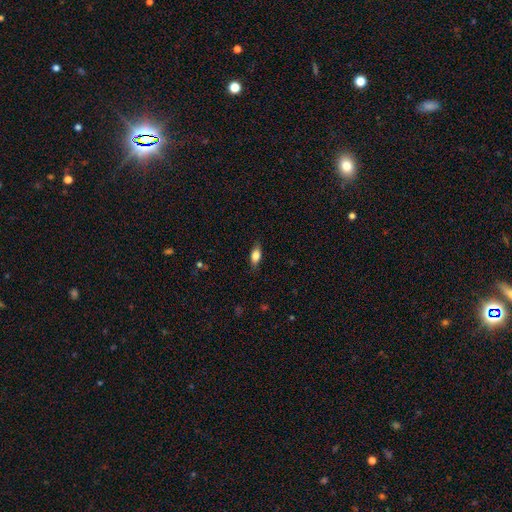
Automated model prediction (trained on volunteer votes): This appears to be a smooth galaxy with no disk features (79%) that is in between round and cigar-shaped (80%). Merging: none (82%).